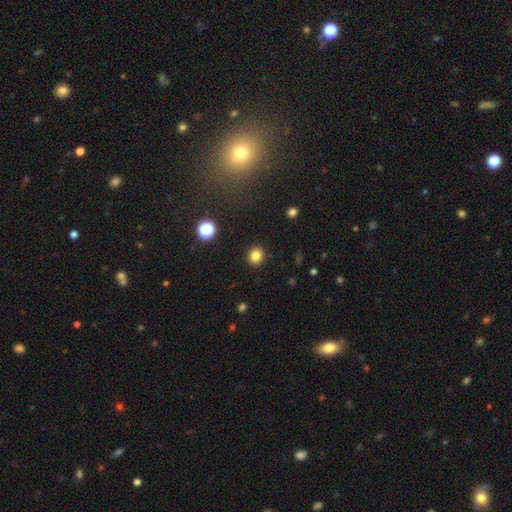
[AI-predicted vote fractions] Overall: smooth (83%). How rounded: round (81%). Merging: none (91%).